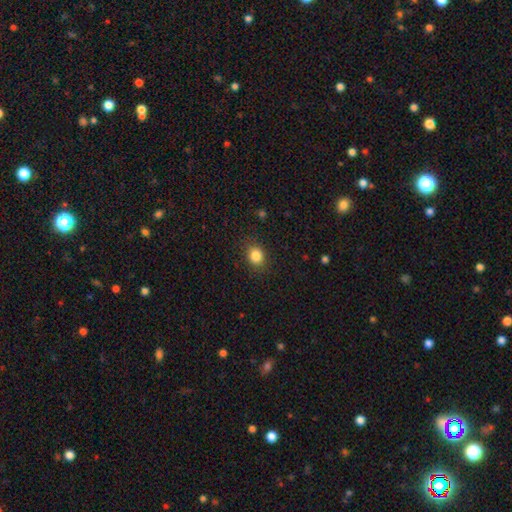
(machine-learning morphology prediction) type=smooth (84%); roundness=round (67%); merging=none (86%).